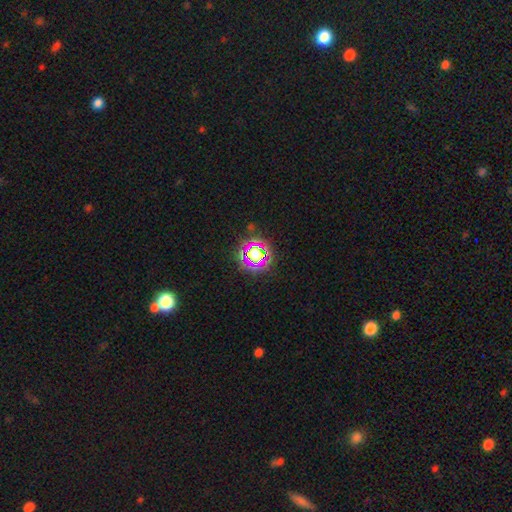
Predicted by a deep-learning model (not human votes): The model was most divided on "smooth or featured": star or artifact: 54%, smooth: 30%, featured or disk: 16%.